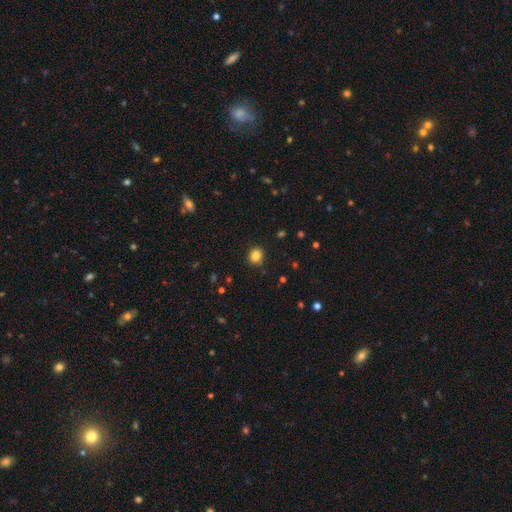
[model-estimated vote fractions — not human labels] This is clearly a smooth galaxy (83%). How rounded: clearly round (82%). Merging: clearly none (88%).